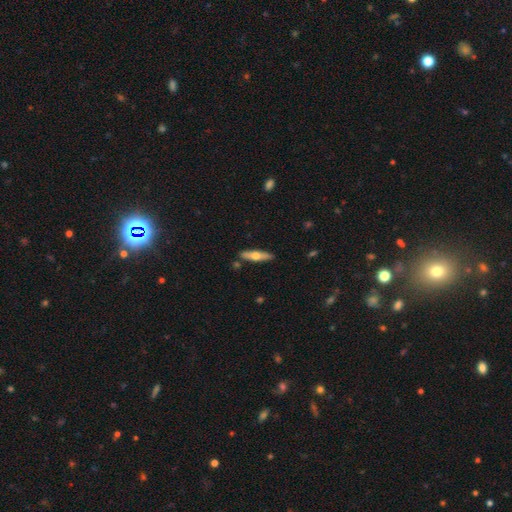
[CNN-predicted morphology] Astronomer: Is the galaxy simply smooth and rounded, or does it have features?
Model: smooth — 48% (runner-up: featured or disk, 46%).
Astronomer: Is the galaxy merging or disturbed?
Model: none — 87%.